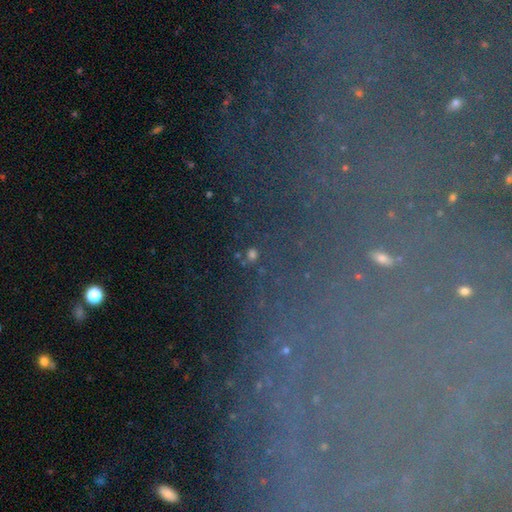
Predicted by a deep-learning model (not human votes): Smooth or featured? Predicted: star or artifact (p=0.68).